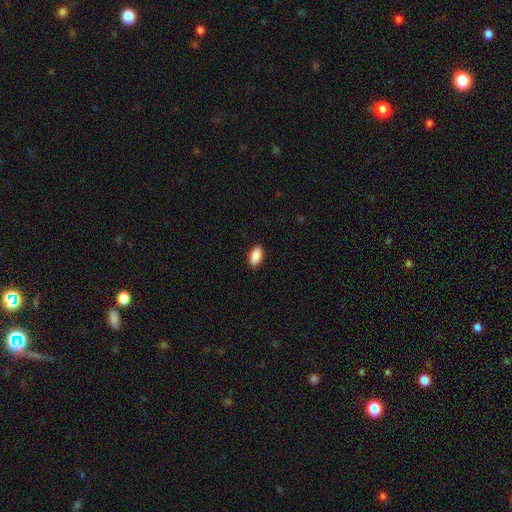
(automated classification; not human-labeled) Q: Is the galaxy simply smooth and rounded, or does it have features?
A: smooth — 90%.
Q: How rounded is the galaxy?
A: in between — 92%.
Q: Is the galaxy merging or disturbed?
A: none — 90%.